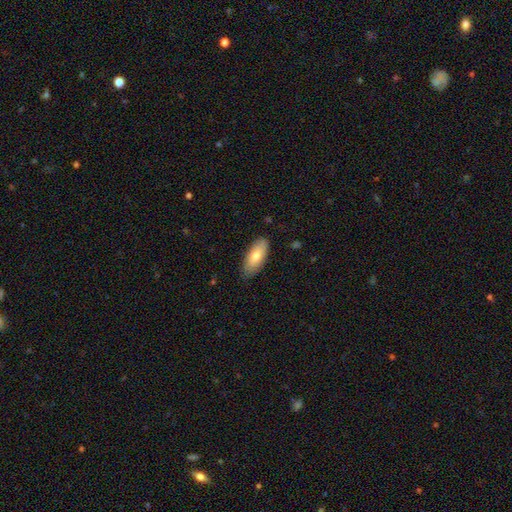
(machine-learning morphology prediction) Smooth or featured: smooth — 78% (featured or disk — 17%)
How rounded: in between — 84% (cigar-shaped — 14%)
Merging: none — 82% (minor disturbance — 15%)